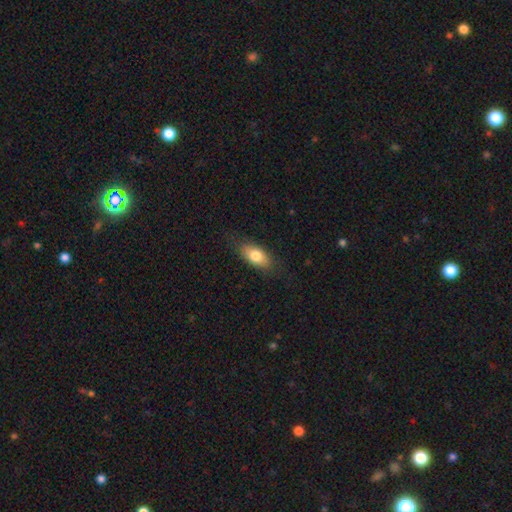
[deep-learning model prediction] Smooth or featured: smooth — 77% (featured or disk — 16%)
How rounded: in between — 85% (cigar-shaped — 10%)
Merging: none — 82% (minor disturbance — 14%)